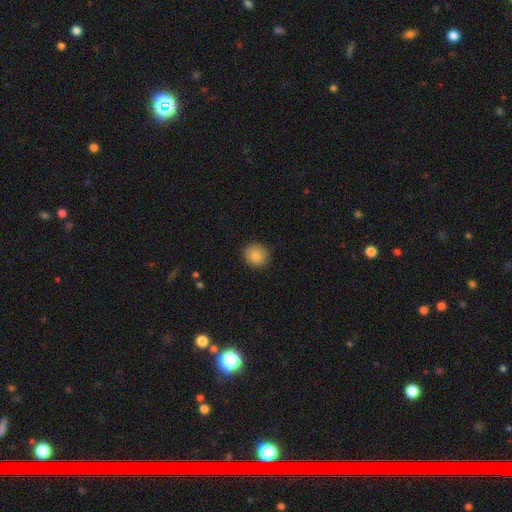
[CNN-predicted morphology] This appears to be a smooth galaxy with no disk features (84%) that is round (89%). Merging: none (89%).